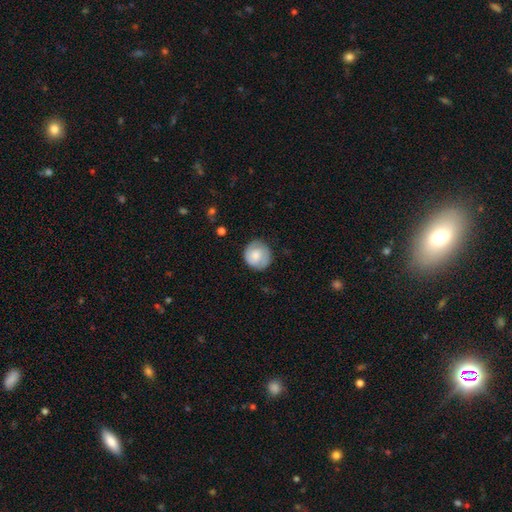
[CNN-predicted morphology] Smooth or featured? smooth (64%)
How rounded? round (89%)
Merging? none (81%)